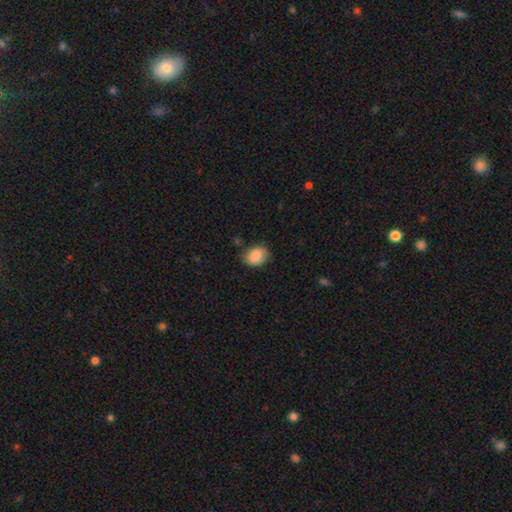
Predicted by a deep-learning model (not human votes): smooth_or_featured: smooth (p=0.85) [alt: star or artifact p=0.08]
how_rounded: in between (p=0.57) [alt: round p=0.42]
merging: none (p=0.74) [alt: minor disturbance p=0.20]